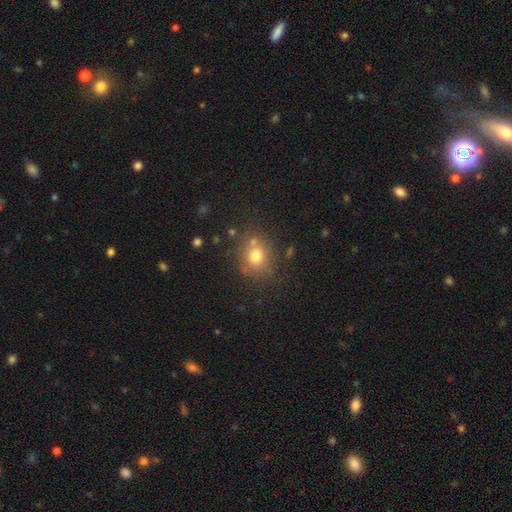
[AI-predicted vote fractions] A smooth galaxy with no disk features (75%) that is round (77%).

Vote fractions:
- Smooth or featured? smooth: 75% / star or artifact: 14% / featured or disk: 11%
- How rounded? round: 77% / in between: 22% / cigar-shaped: 1%
- Merging? none: 72% / minor disturbance: 14% / merger: 10% / major disturbance: 5%